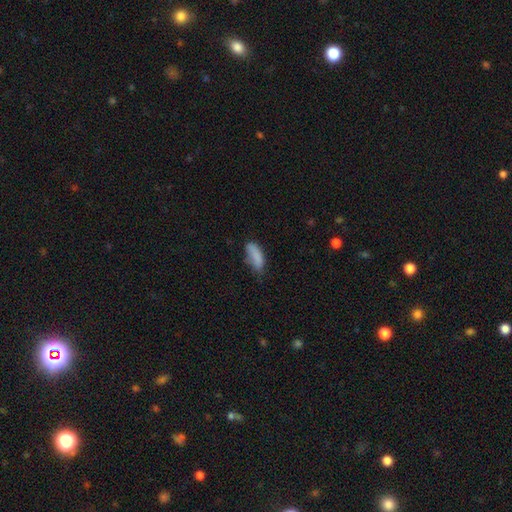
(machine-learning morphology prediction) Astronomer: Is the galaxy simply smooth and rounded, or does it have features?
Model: smooth — 82%.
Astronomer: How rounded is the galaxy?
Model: in between — 69%.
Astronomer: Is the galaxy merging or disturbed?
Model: none — 49% (runner-up: minor disturbance, 34%).